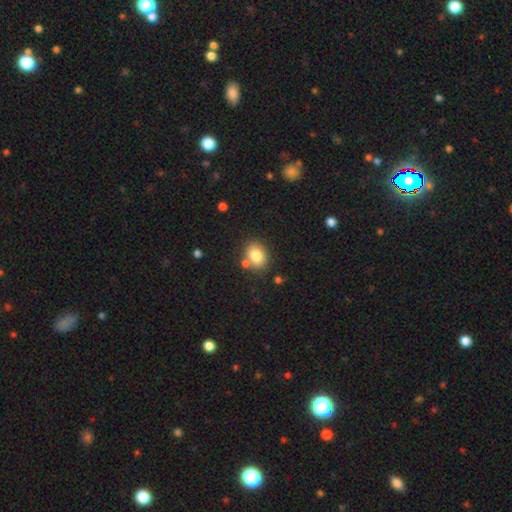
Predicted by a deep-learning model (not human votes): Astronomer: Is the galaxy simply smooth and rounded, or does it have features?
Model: smooth — 81%.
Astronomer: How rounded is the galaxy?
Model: in between — 62% (runner-up: round, 37%).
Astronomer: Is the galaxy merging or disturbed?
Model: none — 73%.